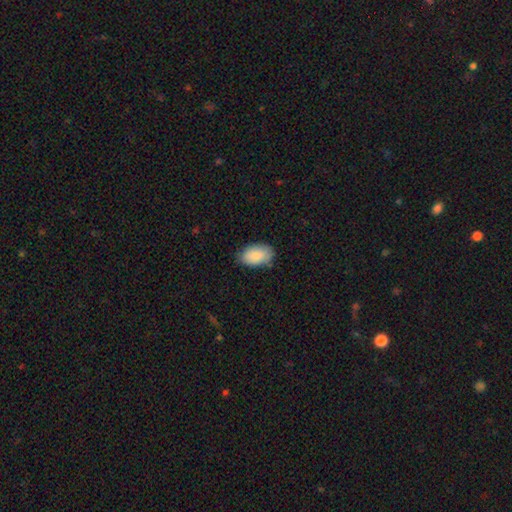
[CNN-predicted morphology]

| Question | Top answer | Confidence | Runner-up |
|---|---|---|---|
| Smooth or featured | smooth | 88% | featured or disk (6%) |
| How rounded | in between | 94% | round (5%) |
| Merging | none | 76% | minor disturbance (19%) |